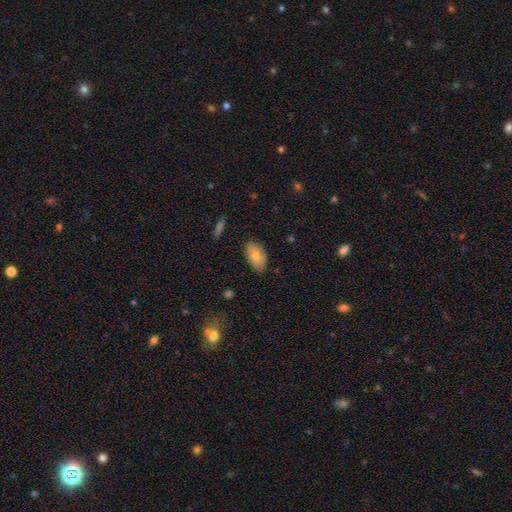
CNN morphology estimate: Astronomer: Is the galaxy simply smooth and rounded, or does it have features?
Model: smooth — 76%.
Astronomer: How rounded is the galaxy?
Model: in between — 94%.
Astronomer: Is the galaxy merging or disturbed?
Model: none — 84%.